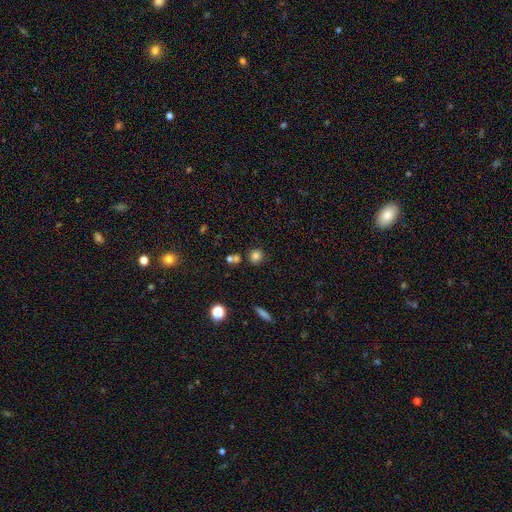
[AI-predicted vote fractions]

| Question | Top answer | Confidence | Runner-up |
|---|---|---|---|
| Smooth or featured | smooth | 79% | star or artifact (14%) |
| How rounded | round | 86% | in between (13%) |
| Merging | none | 73% | merger (13%) |